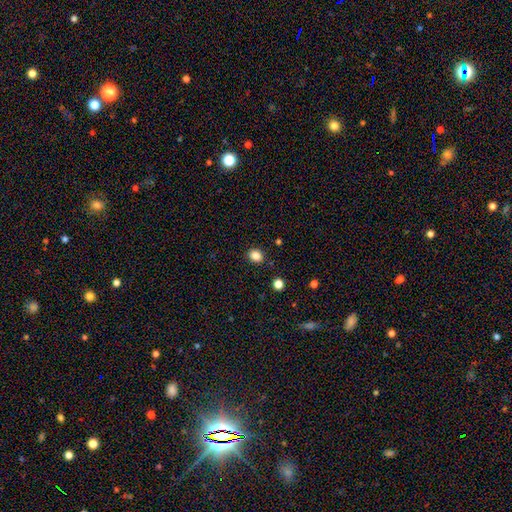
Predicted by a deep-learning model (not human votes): Overall: smooth (85%). How rounded: round (64%; in between 35%). Merging: none (88%).